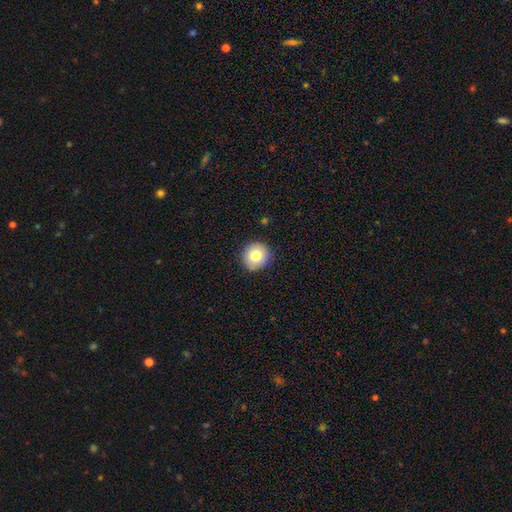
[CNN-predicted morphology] smooth_or_featured: smooth (p=0.78) [alt: featured or disk p=0.12]
how_rounded: round (p=0.93) [alt: in between p=0.06]
merging: none (p=0.89) [alt: minor disturbance p=0.08]